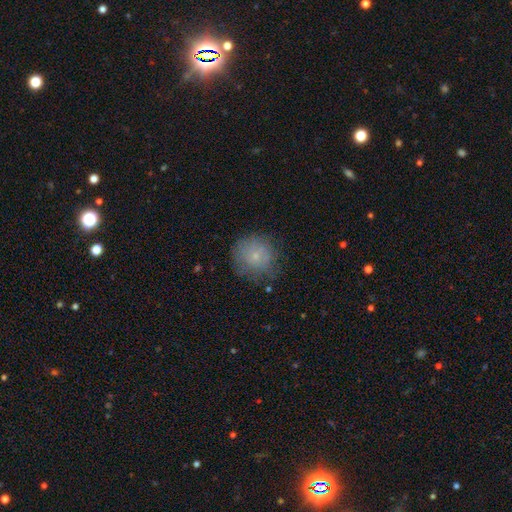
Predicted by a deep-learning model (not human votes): A smooth galaxy with no disk features (70%) that is round (91%).

Vote fractions:
- Smooth or featured? smooth: 70% / featured or disk: 19% / star or artifact: 11%
- How rounded? round: 91% / in between: 8% / cigar-shaped: 1%
- Merging? none: 70% / minor disturbance: 20% / major disturbance: 8% / merger: 2%